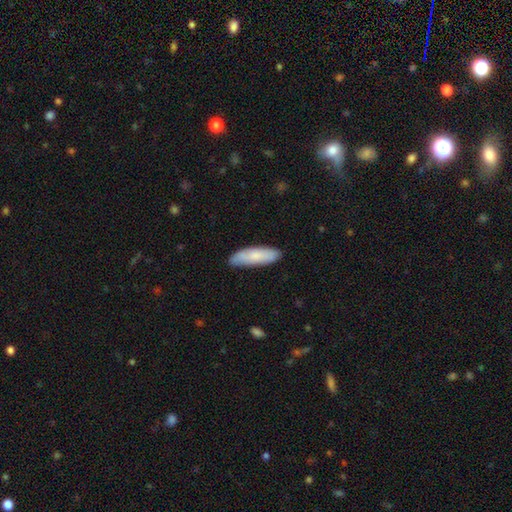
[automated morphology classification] This appears to be a smooth galaxy with no disk features (80%) that is cigar-shaped (55%). Merging: none (84%).